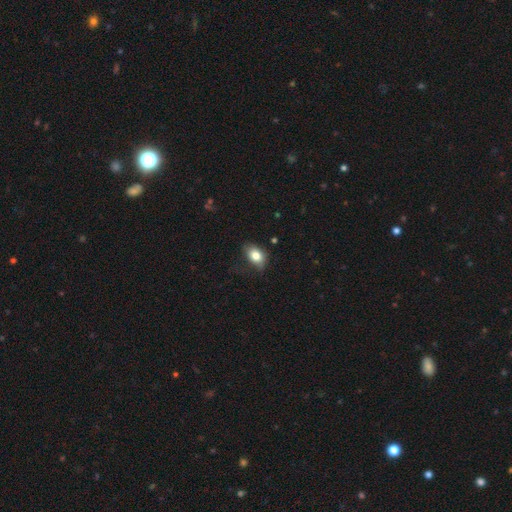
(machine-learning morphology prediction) Q: Smooth or featured?
A: smooth (80%); runner-up: featured or disk (11%)
Q: How rounded?
A: in between (83%); runner-up: round (15%)
Q: Merging?
A: none (64%); runner-up: minor disturbance (27%)